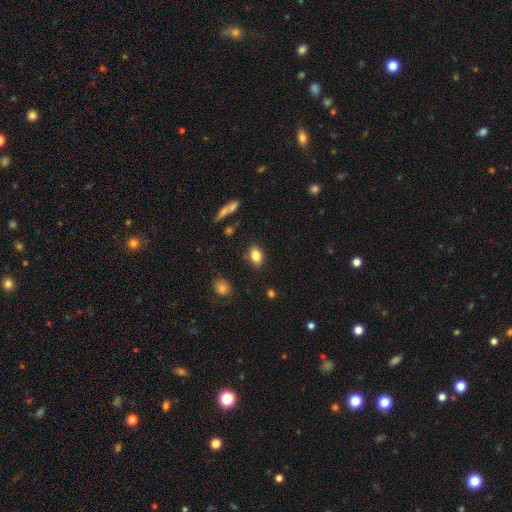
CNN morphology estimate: Smooth or featured: smooth — 83% (star or artifact — 9%)
How rounded: in between — 82% (round — 16%)
Merging: none — 84% (minor disturbance — 11%)